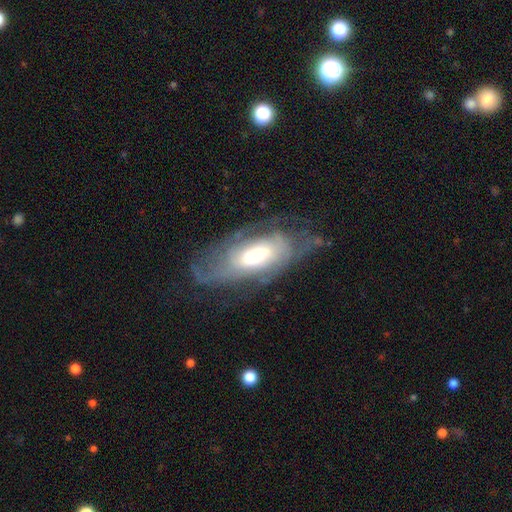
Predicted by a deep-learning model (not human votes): Overall: featured or disk (71%). Edge-on disk: no (92%). Bar: no (65%; weak 25%). Spiral arms: yes (82%). Spiral arm count: can't tell (43%; 2 35%). Spiral winding: tight (47%; medium 36%). Bulge size: large (36%; moderate 32%). Merging: none (54%; minor disturbance 23%).